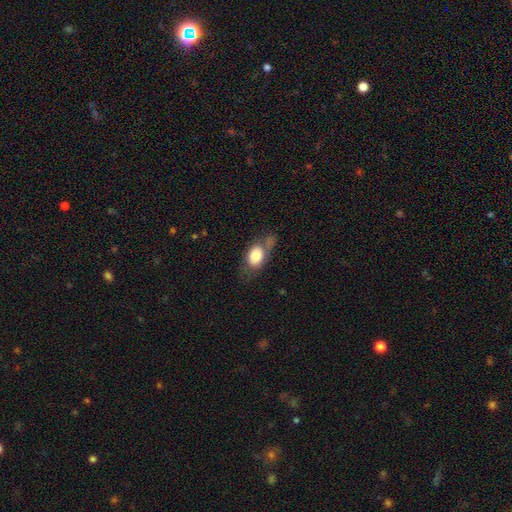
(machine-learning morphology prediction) Smooth or featured: smooth — 74% (featured or disk — 18%)
How rounded: in between — 77% (round — 19%)
Merging: none — 47% (minor disturbance — 26%)